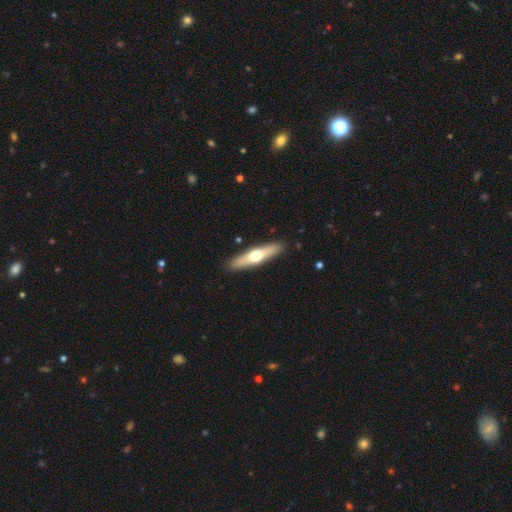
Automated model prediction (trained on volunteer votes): featured or disk 49%, smooth 47%, star or artifact 5%. Down the decision tree: merging — none (90%).